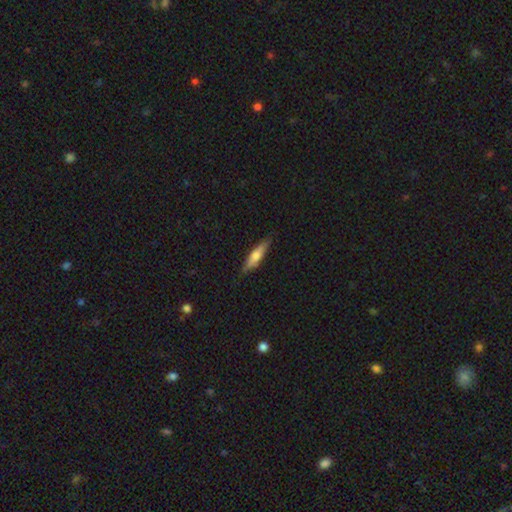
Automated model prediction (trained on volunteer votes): This is possibly a smooth galaxy (54%). How rounded: likely cigar-shaped (75%). Merging: clearly none (82%).